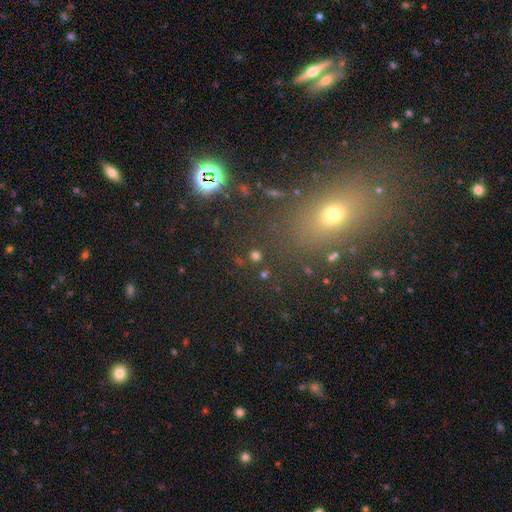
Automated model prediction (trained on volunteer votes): smooth 71%, star or artifact 23%, featured or disk 6%. Down the decision tree: how rounded — round (92%); merging — none (86%).